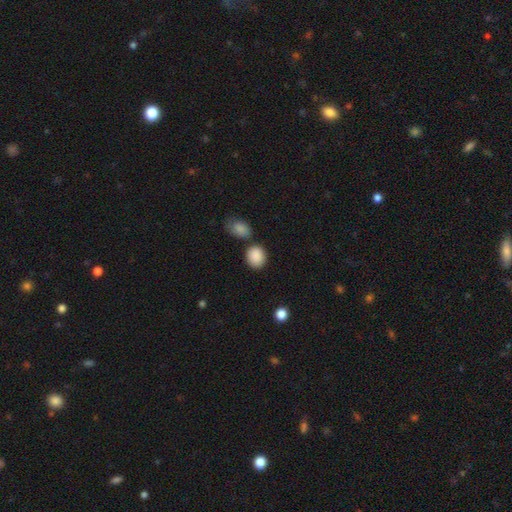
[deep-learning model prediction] Smooth or featured? Predicted: smooth (p=0.89). How rounded? Predicted: round (p=0.60). Merging? Predicted: none (p=0.70).